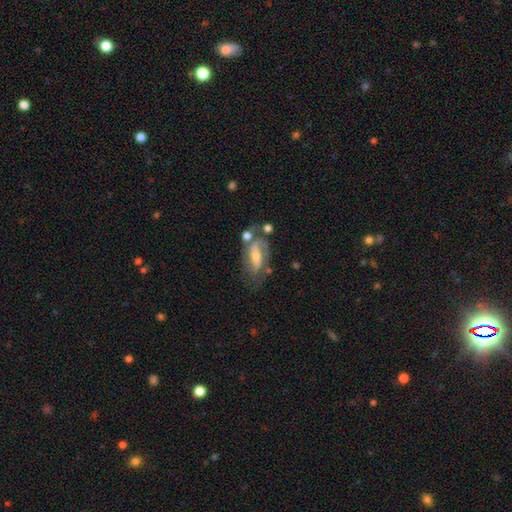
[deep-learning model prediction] Smooth or featured?
  - featured or disk: 74% *
  - smooth: 19%
  - star or artifact: 7%
Edge-on disk?
  - no: 91% *
  - yes: 9%
Bar?
  - weak: 39% *
  - strong: 34%
  - no: 27%
Spiral arms?
  - yes: 85% *
  - no: 15%
Spiral winding?
  - medium: 44% *
  - tight: 39%
  - loose: 17%
Spiral arm count?
  - 2: 67% *
  - can't tell: 17%
  - 1: 11%
  - 3: 3%
  - 4: 1%
  - more than 4: 1%
Bulge size?
  - moderate: 45% *
  - small: 44%
  - large: 5%
  - none: 4%
  - dominant: 1%
Merging?
  - none: 54% *
  - minor disturbance: 20%
  - major disturbance: 14%
  - merger: 13%